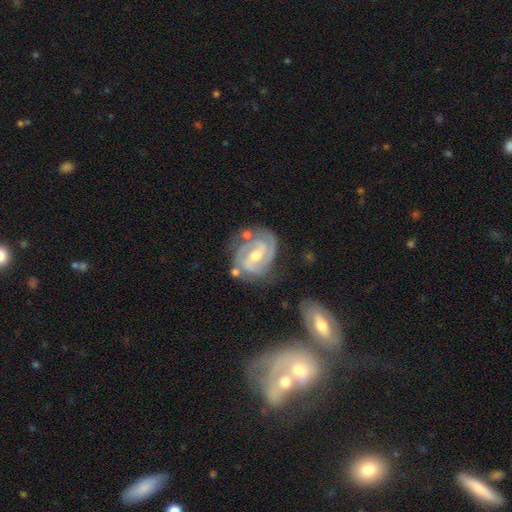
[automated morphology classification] A featured or disk galaxy (87%) with a weak bar (48%), 2 (62%) tight (57%) spiral arms (96%) and a moderate central bulge (61%). Merging: none (64%).